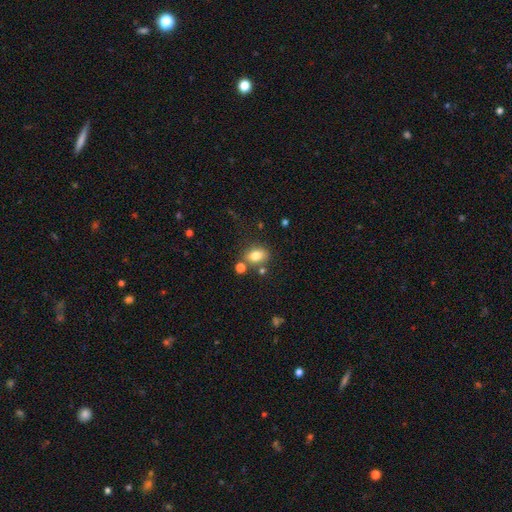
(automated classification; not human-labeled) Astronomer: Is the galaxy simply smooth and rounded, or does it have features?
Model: smooth — 79%.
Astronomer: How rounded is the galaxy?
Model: in between — 72%.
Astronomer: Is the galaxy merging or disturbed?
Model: none — 70%.